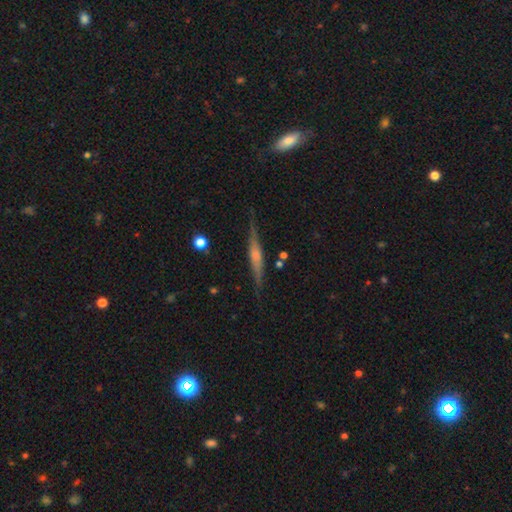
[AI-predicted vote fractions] Smooth or featured: featured or disk — 64% (smooth — 29%)
Edge-on disk: yes — 97% (no — 3%)
Edge-on bulge: rounded — 52% (boxy — 26%)
Merging: none — 83% (minor disturbance — 12%)